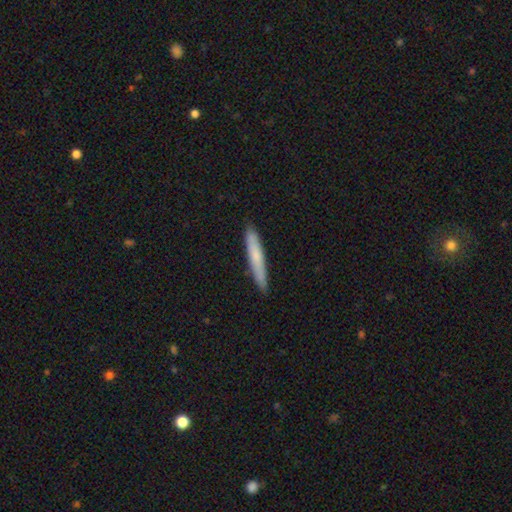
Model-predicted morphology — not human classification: Smooth or featured?
  - smooth: 68% *
  - featured or disk: 26%
  - star or artifact: 6%
How rounded?
  - cigar-shaped: 95% *
  - in between: 4%
  - round: 1%
Merging?
  - none: 89% *
  - minor disturbance: 8%
  - major disturbance: 1%
  - merger: 1%